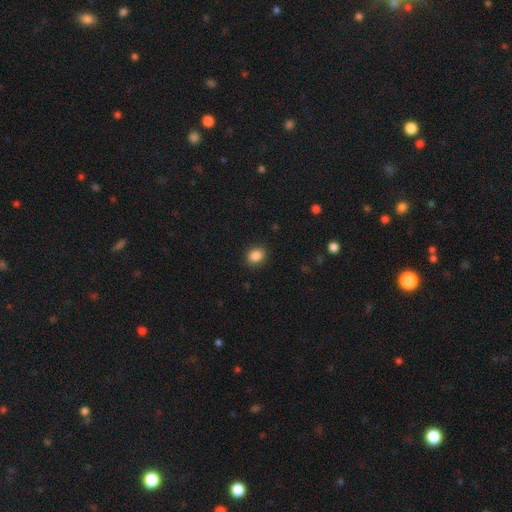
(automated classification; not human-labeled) Morphology: type=smooth (86%); roundness=round (62%); merging=none (88%).